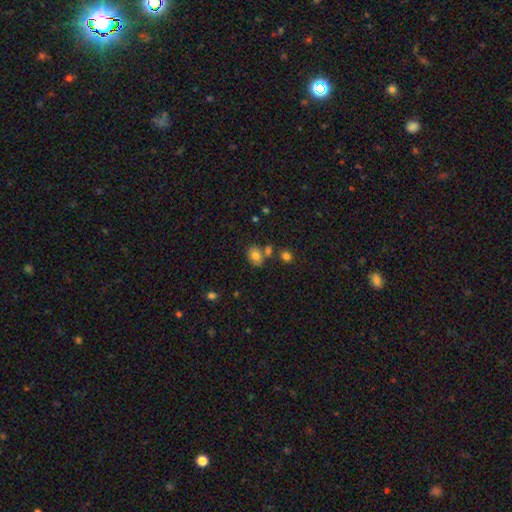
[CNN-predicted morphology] smooth 79%, star or artifact 11%, featured or disk 11%. Down the decision tree: how rounded — in between (63%); merging — none (60%).